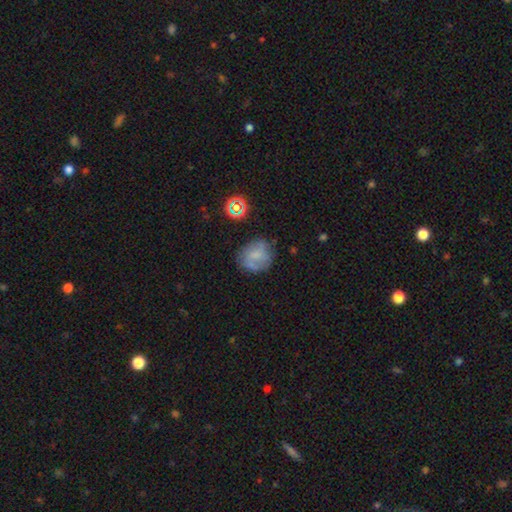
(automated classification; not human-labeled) smooth_or_featured: smooth (p=0.56) [alt: featured or disk p=0.31]
how_rounded: round (p=0.72) [alt: in between p=0.27]
merging: none (p=0.61) [alt: minor disturbance p=0.24]